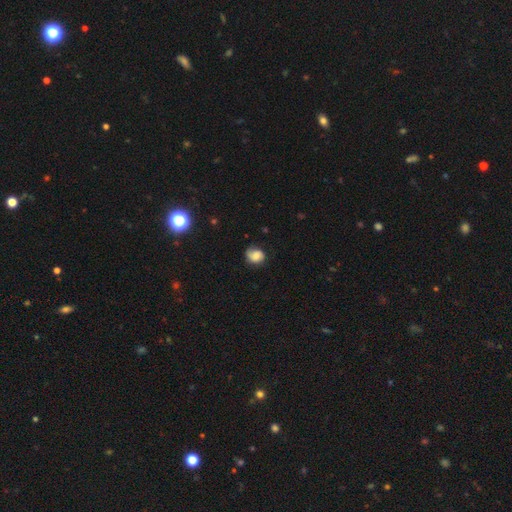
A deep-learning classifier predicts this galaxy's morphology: Overall: smooth (64%; featured or disk 27%). How rounded: round (65%; in between 34%). Merging: none (61%; minor disturbance 27%).